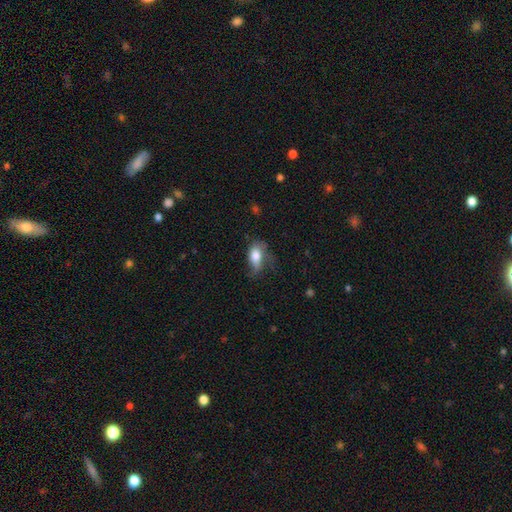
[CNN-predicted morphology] The model was most divided on "merging": none: 33%, minor disturbance: 32%, major disturbance: 32%, merger: 3%. More confident: how rounded — in between (86%); smooth or featured — smooth (71%).